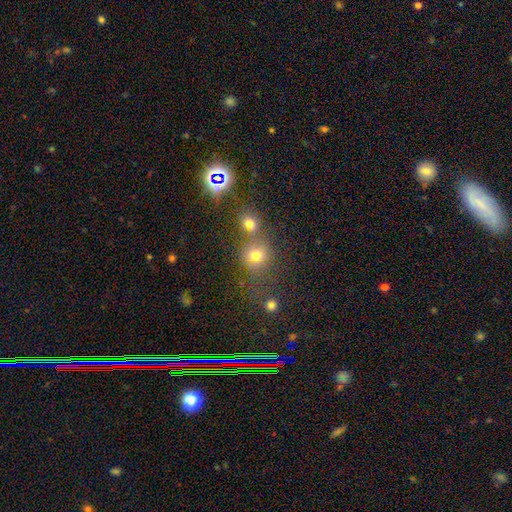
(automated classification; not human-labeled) A smooth galaxy with no disk features (70%) that is round (78%). Merging: none (51%).